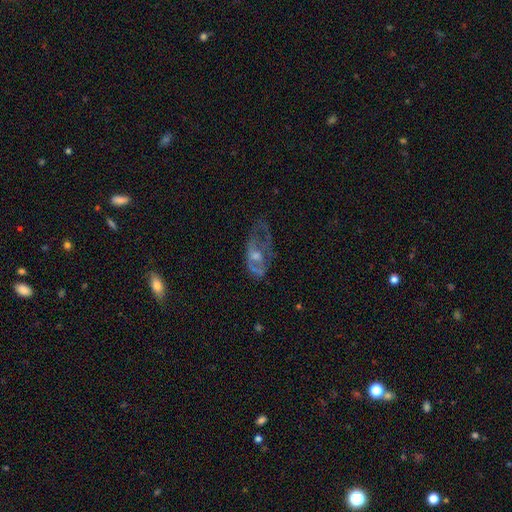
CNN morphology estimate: smooth-or-featured: featured or disk: 65% | smooth: 23% | star or artifact: 11%
  disk-edge-on: no: 92% | yes: 8%
    bar: no: 75% | weak: 20% | strong: 5%
    has-spiral-arms: no: 62% | yes: 38%
    bulge-size: moderate: 51% | small: 37% | none: 6% | large: 4% | dominant: 1%
  merging: none: 38% | major disturbance: 36% | minor disturbance: 24% | merger: 3%